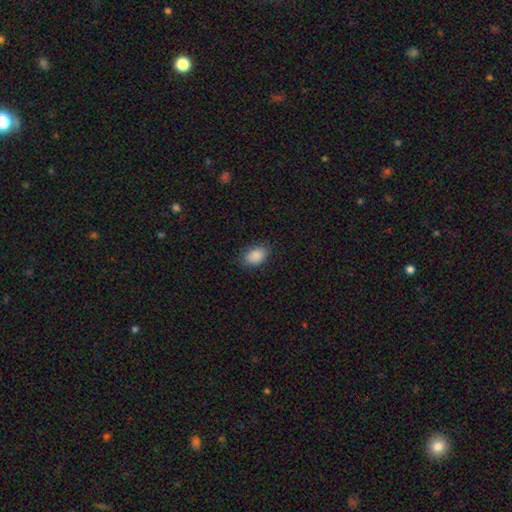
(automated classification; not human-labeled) Smooth or featured? smooth (89%)
How rounded? in between (86%)
Merging? none (84%)